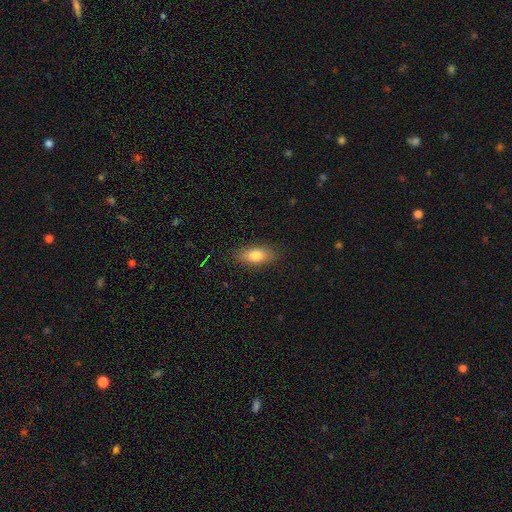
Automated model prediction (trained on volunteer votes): A smooth galaxy with no disk features (79%) that is in between round and cigar-shaped (83%).

Vote fractions:
- Smooth or featured? smooth: 79% / featured or disk: 13% / star or artifact: 7%
- How rounded? in between: 83% / cigar-shaped: 12% / round: 5%
- Merging? none: 86% / minor disturbance: 10% / major disturbance: 3% / merger: 1%